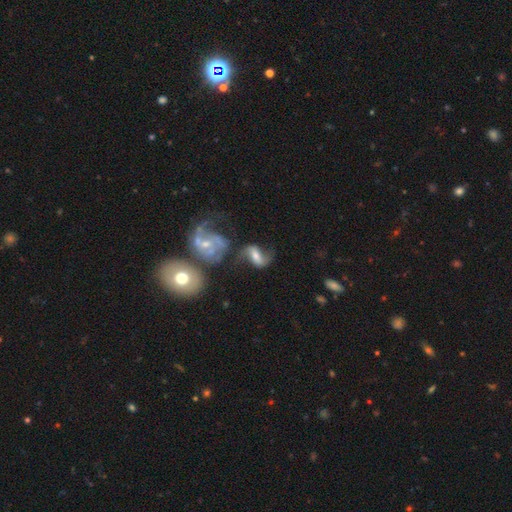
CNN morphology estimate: Overall: featured or disk (72%). Edge-on disk: no (96%). Bar: weak (43%; strong 32%). Spiral arms: yes (92%). Spiral arm count: 2 (87%). Spiral winding: loose (62%; medium 29%). Bulge size: moderate (49%; small 35%). Merging: none (42%; merger 22%).